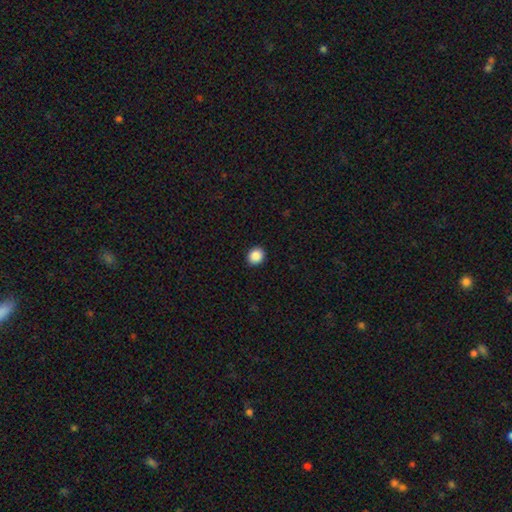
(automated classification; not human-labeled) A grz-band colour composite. It shows a smooth galaxy with no disk features (88%) that is round (71%). Merging: none (92%).